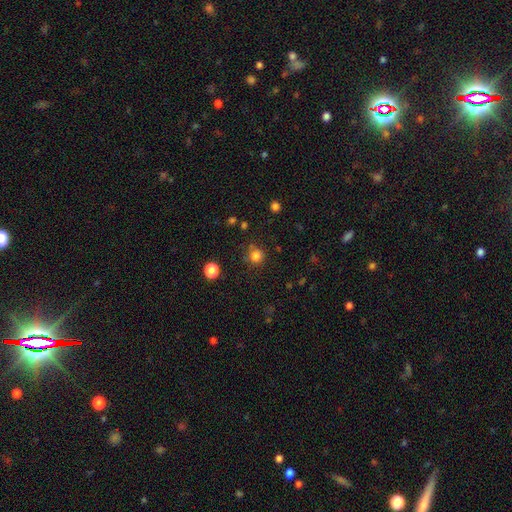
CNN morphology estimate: type=smooth (81%); roundness=round (92%); merging=none (78%).